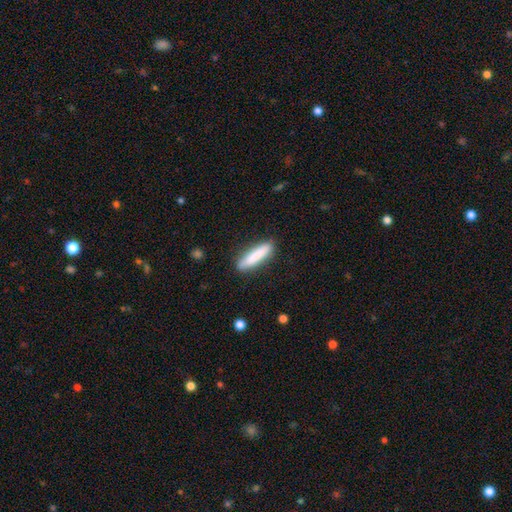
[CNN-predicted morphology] smooth_or_featured: smooth (p=0.82) [alt: featured or disk p=0.13]
how_rounded: cigar-shaped (p=0.83) [alt: in between p=0.16]
merging: none (p=0.87) [alt: minor disturbance p=0.09]